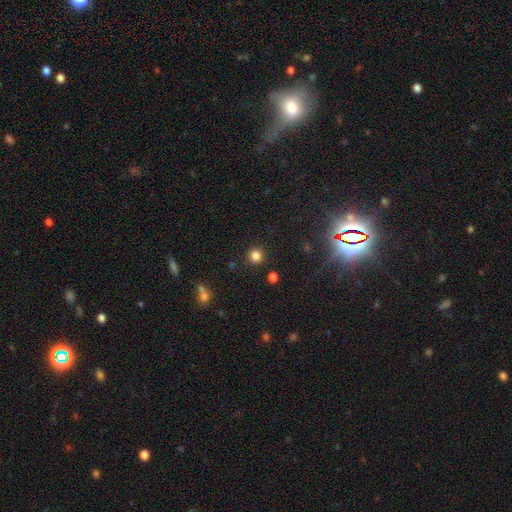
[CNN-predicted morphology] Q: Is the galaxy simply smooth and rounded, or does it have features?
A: smooth — 82%.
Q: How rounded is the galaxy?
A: round — 92%.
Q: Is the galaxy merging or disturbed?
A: none — 89%.